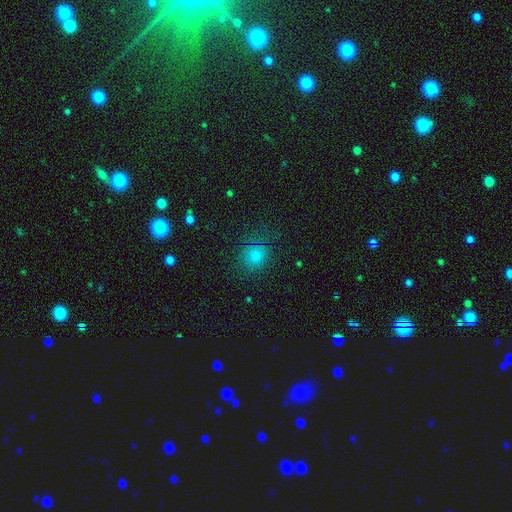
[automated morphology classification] Overall: smooth (77%). How rounded: round (78%). Merging: none (78%).